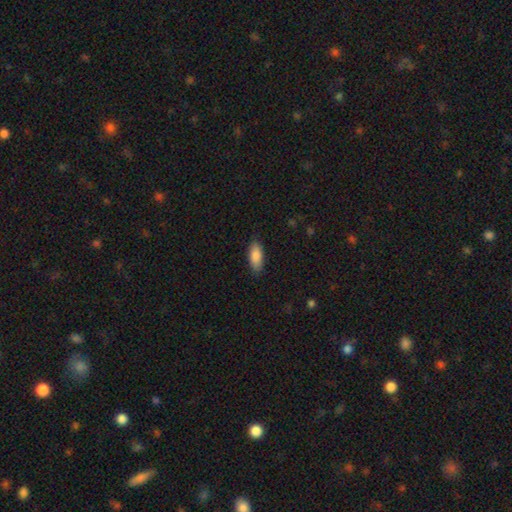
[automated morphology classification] Smooth or featured? smooth (87%)
How rounded? in between (77%)
Merging? none (86%)